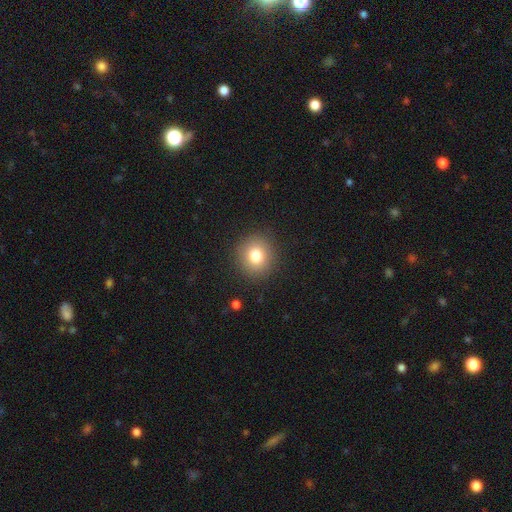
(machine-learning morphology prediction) type=smooth (79%); roundness=round (89%); merging=none (90%).